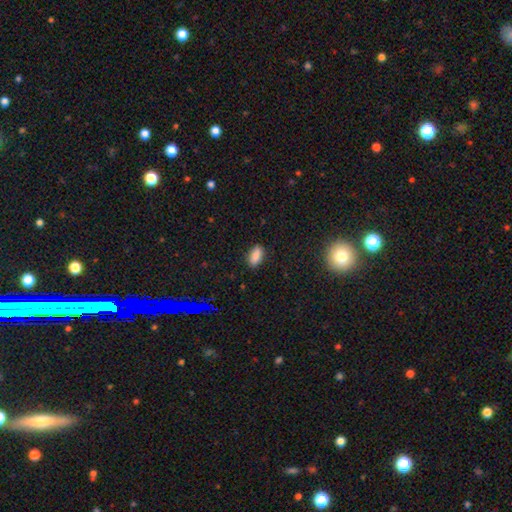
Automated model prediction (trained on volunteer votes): A smooth galaxy with no disk features (85%) that is in between round and cigar-shaped (86%).

Vote fractions:
- Smooth or featured? smooth: 85% / star or artifact: 10% / featured or disk: 5%
- How rounded? in between: 86% / cigar-shaped: 10% / round: 4%
- Merging? none: 85% / minor disturbance: 11% / major disturbance: 2% / merger: 1%